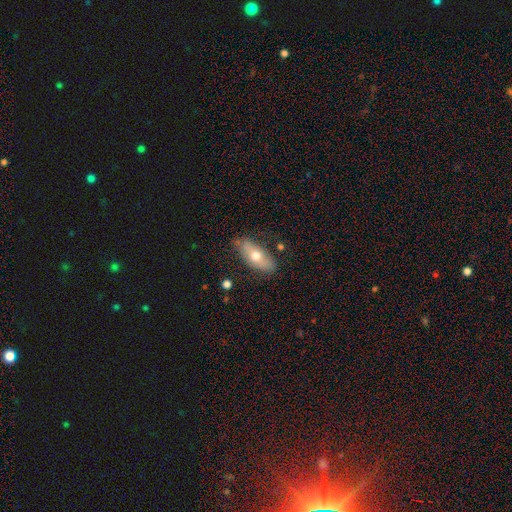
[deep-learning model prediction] smooth 61%, featured or disk 33%, star or artifact 6%. Down the decision tree: how rounded — in between (81%); merging — none (76%).